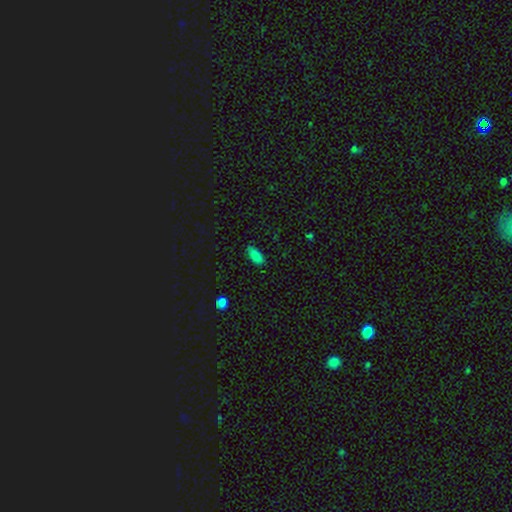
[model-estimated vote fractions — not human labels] Smooth or featured?
  - smooth: 84% *
  - star or artifact: 11%
  - featured or disk: 5%
How rounded?
  - in between: 88% *
  - cigar-shaped: 10%
  - round: 3%
Merging?
  - none: 81% *
  - minor disturbance: 15%
  - major disturbance: 3%
  - merger: 1%